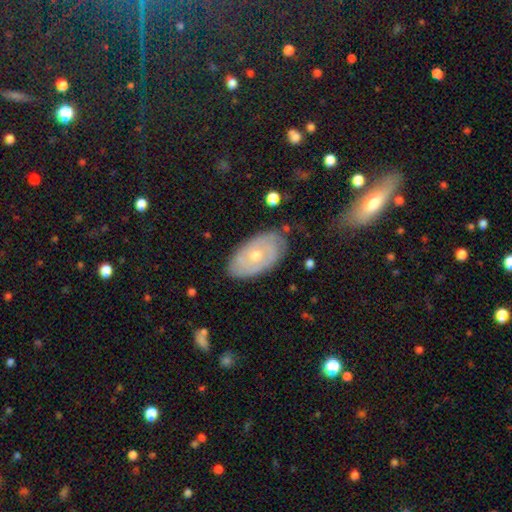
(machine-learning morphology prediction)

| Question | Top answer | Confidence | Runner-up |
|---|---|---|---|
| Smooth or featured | featured or disk | 67% | smooth (27%) |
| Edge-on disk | no | 93% | yes (7%) |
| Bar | no | 83% | weak (14%) |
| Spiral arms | yes | 73% | no (27%) |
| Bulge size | moderate | 54% | small (43%) |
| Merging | none | 76% | minor disturbance (18%) |